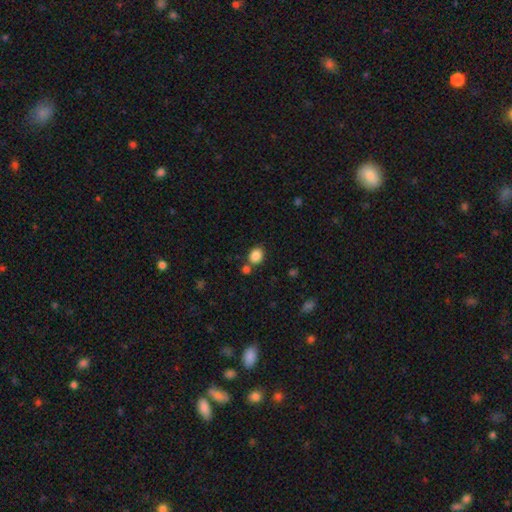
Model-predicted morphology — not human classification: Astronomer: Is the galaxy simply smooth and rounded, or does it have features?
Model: smooth — 86%.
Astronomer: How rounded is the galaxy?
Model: round — 57% (runner-up: in between, 42%).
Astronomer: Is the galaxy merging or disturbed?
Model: none — 70%.